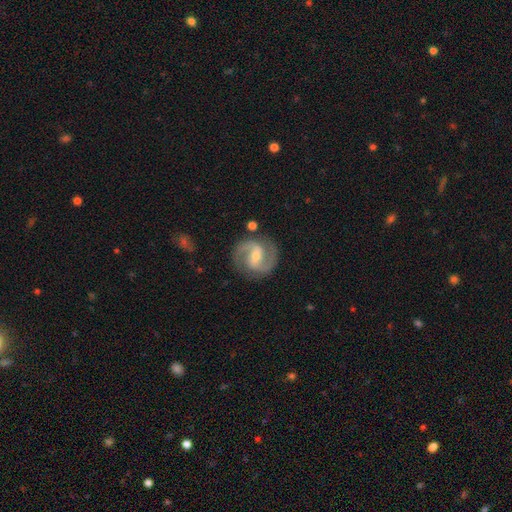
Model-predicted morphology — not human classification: A featured or disk galaxy (89%) with a weak bar (46%), 2 (93%) medium (60%) spiral arms (97%) and a small central bulge (55%). Merging: none (84%).